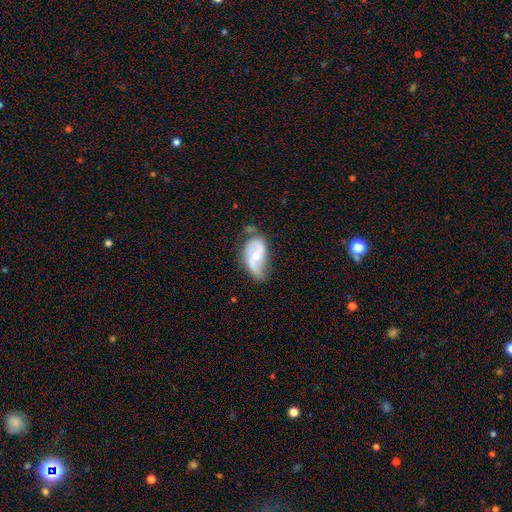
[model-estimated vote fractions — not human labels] featured or disk 66%, smooth 28%, star or artifact 6%. Down the decision tree: edge-on disk — no (94%); bar — no (58%); spiral arms — yes (78%); bulge size — moderate (58%); merging — none (47%).